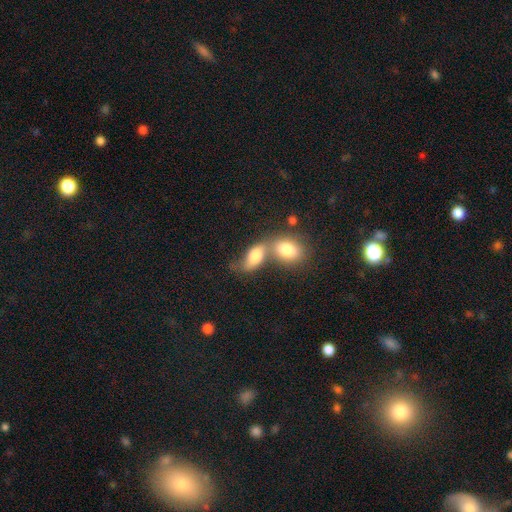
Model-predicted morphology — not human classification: This appears to be a smooth galaxy with no disk features (73%) that is in between round and cigar-shaped (85%). Merging: merger (60%).